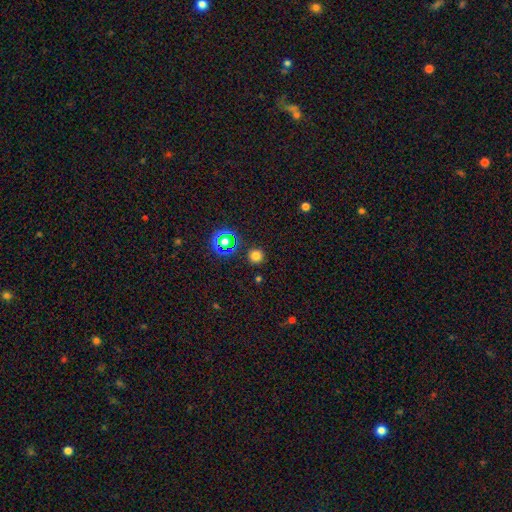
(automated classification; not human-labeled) Smooth or featured: smooth — 75% (star or artifact — 19%)
How rounded: round — 95% (in between — 4%)
Merging: none — 90% (minor disturbance — 6%)